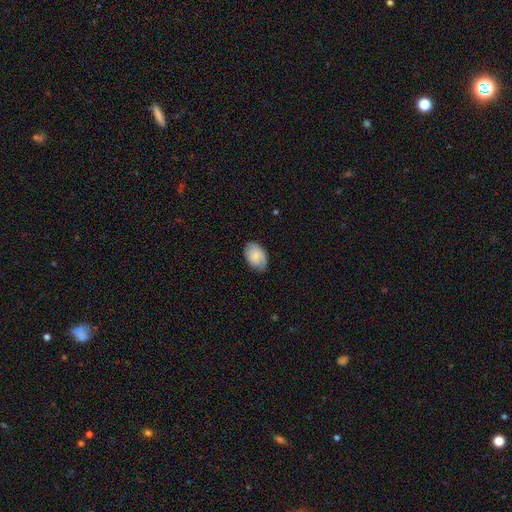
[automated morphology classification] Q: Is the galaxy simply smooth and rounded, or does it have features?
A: smooth — 70%.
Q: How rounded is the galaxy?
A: in between — 86%.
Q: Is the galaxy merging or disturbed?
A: none — 76%.